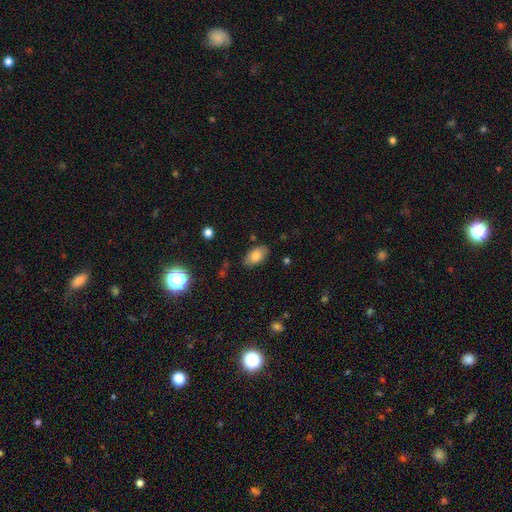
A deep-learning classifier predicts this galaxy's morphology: Smooth or featured: smooth — 79% (featured or disk — 12%)
How rounded: in between — 92% (round — 5%)
Merging: none — 81% (minor disturbance — 14%)